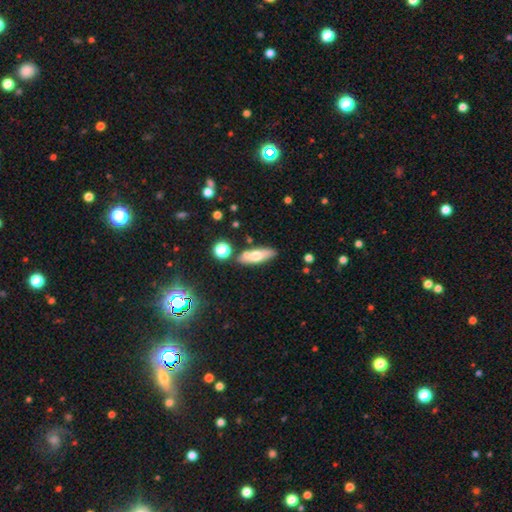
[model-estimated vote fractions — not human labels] This is likely a smooth galaxy (61%). How rounded: possibly in between (57%). Merging: likely none (74%).